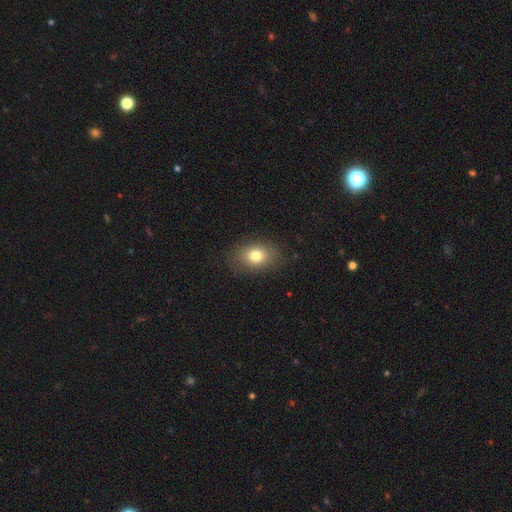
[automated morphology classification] smooth-or-featured: smooth: 78% | featured or disk: 12% | star or artifact: 10%
  how-rounded: in between: 72% | round: 26% | cigar-shaped: 1%
  merging: none: 83% | minor disturbance: 12% | major disturbance: 4% | merger: 1%